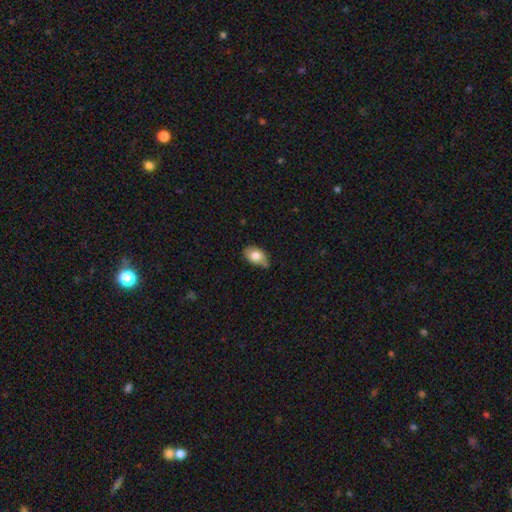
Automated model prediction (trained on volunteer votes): smooth-or-featured: smooth: 79% | featured or disk: 13% | star or artifact: 7%
  how-rounded: in between: 87% | round: 11% | cigar-shaped: 2%
  merging: none: 60% | minor disturbance: 31% | major disturbance: 5% | merger: 4%